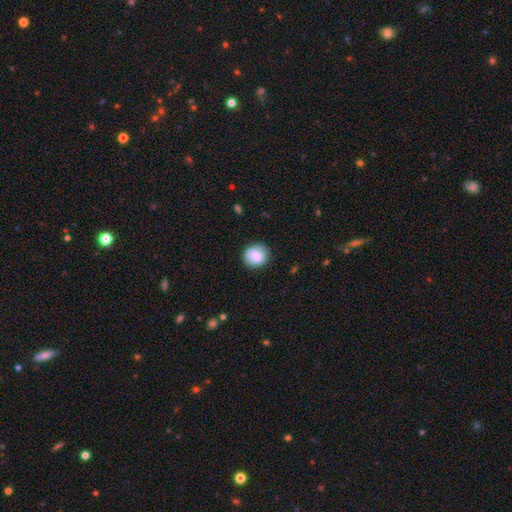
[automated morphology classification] type=smooth (70%); roundness=round (86%); merging=none (82%).